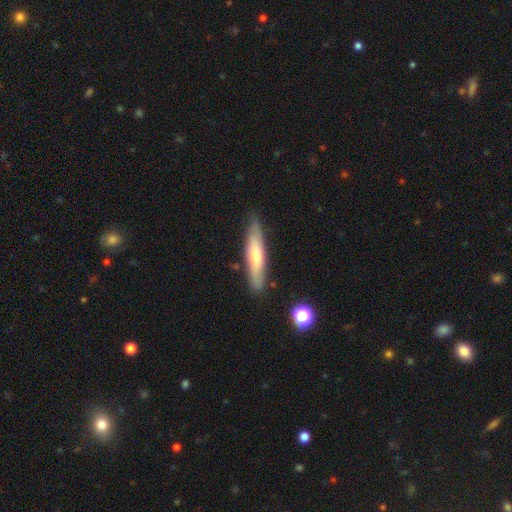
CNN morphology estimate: This is possibly a smooth galaxy (58%). How rounded: clearly cigar-shaped (86%). Merging: clearly none (83%).